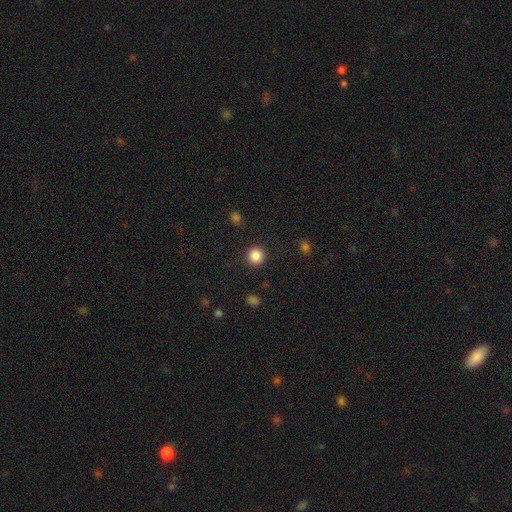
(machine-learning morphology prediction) A smooth galaxy with no disk features (86%) that is round (93%).

Vote fractions:
- Smooth or featured? smooth: 86% / star or artifact: 10% / featured or disk: 3%
- How rounded? round: 93% / in between: 6% / cigar-shaped: 1%
- Merging? none: 91% / minor disturbance: 5% / major disturbance: 2% / merger: 1%